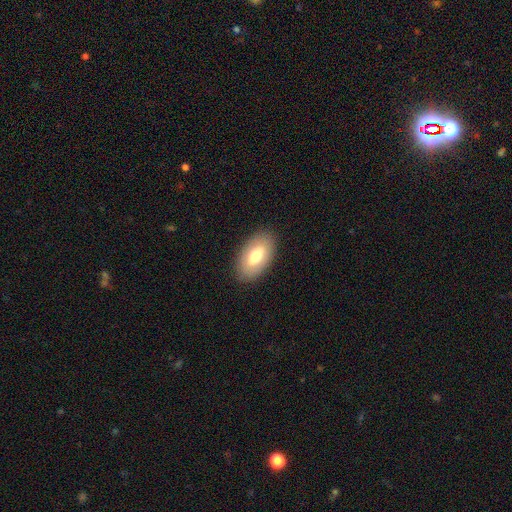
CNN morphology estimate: Smooth or featured?
  - smooth: 70% *
  - featured or disk: 23%
  - star or artifact: 7%
How rounded?
  - in between: 94% *
  - round: 4%
  - cigar-shaped: 2%
Merging?
  - none: 87% *
  - minor disturbance: 9%
  - major disturbance: 3%
  - merger: 1%